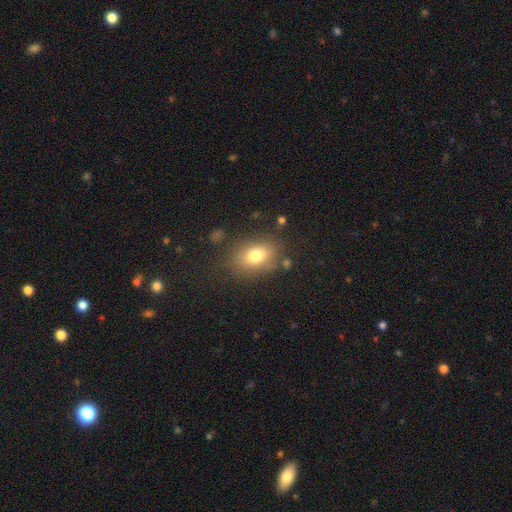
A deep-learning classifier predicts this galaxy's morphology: smooth 77%, featured or disk 13%, star or artifact 10%. Down the decision tree: how rounded — in between (76%); merging — none (78%).